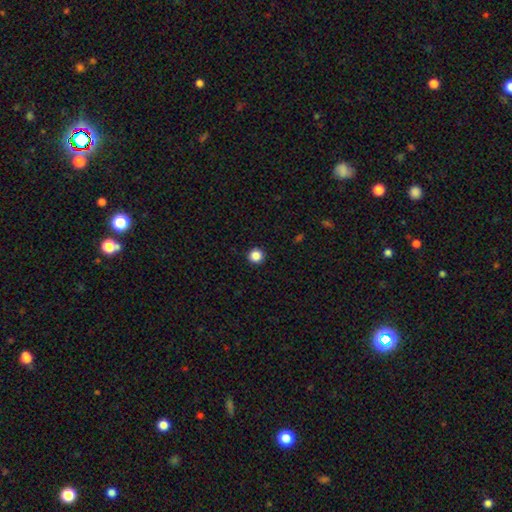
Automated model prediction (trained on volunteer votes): Smooth or featured: smooth — 86% (star or artifact — 11%)
How rounded: round — 96% (in between — 3%)
Merging: none — 93% (minor disturbance — 4%)